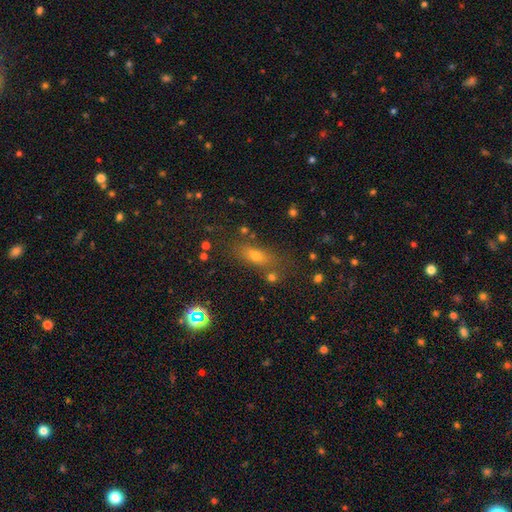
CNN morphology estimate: Smooth or featured?
  - smooth: 61% *
  - star or artifact: 22%
  - featured or disk: 17%
How rounded?
  - in between: 58% *
  - cigar-shaped: 27%
  - round: 15%
Merging?
  - none: 71% *
  - minor disturbance: 14%
  - merger: 9%
  - major disturbance: 6%